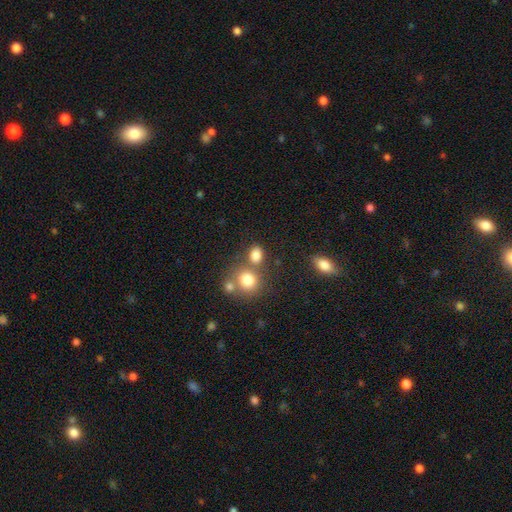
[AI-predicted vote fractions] This is clearly a smooth galaxy (80%). How rounded: possibly in between (54%). Merging: possibly none (58%).